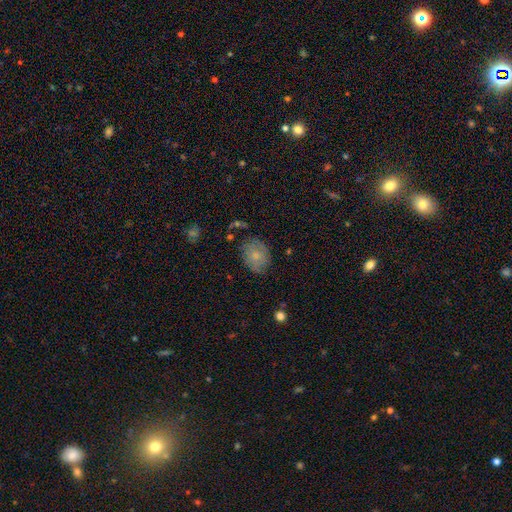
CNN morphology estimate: Q: Smooth or featured?
A: smooth (65%); runner-up: featured or disk (26%)
Q: How rounded?
A: in between (59%); runner-up: round (39%)
Q: Merging?
A: none (70%); runner-up: minor disturbance (21%)